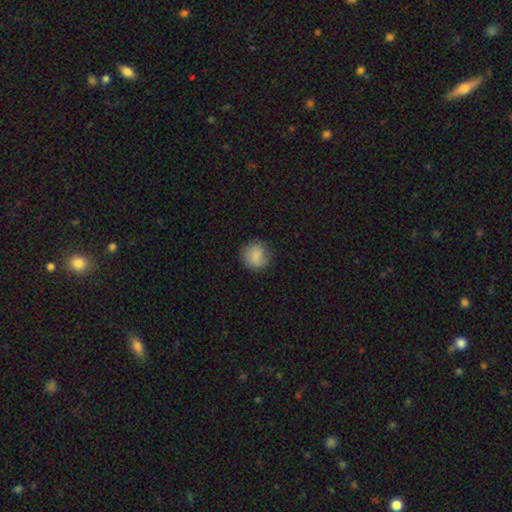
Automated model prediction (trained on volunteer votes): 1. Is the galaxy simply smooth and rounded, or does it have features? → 82% smooth, 10% featured or disk, 8% star or artifact.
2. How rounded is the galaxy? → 89% round, 10% in between, 1% cigar-shaped.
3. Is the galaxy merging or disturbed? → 80% none, 15% minor disturbance, 4% major disturbance, 1% merger.